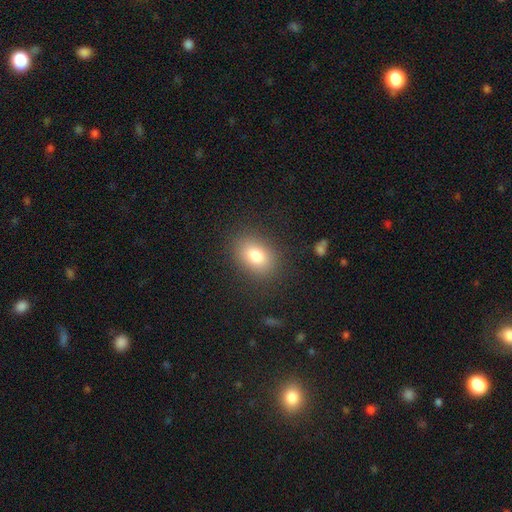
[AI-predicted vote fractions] smooth-or-featured: smooth: 80% | featured or disk: 10% | star or artifact: 10%
  how-rounded: in between: 71% | round: 27% | cigar-shaped: 1%
  merging: none: 84% | minor disturbance: 10% | major disturbance: 4% | merger: 1%